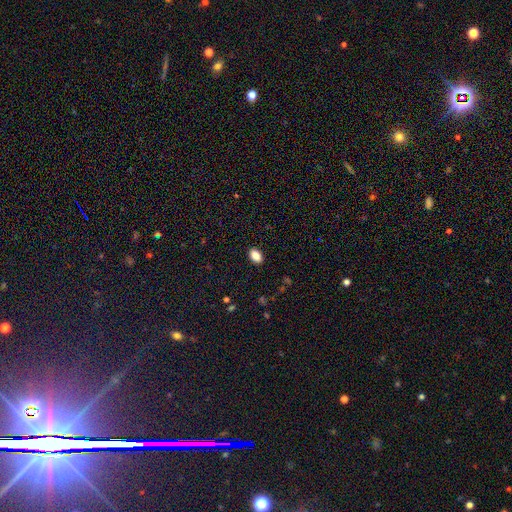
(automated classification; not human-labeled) Q: Smooth or featured?
A: smooth (88%); runner-up: star or artifact (9%)
Q: How rounded?
A: in between (88%); runner-up: round (10%)
Q: Merging?
A: none (89%); runner-up: minor disturbance (8%)